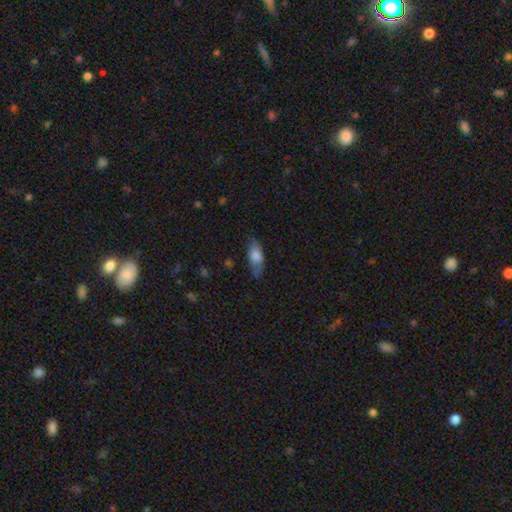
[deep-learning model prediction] The model was most divided on "merging": none: 70%, minor disturbance: 22%, major disturbance: 6%, merger: 2%. More confident: how rounded — in between (78%); smooth or featured — smooth (72%).